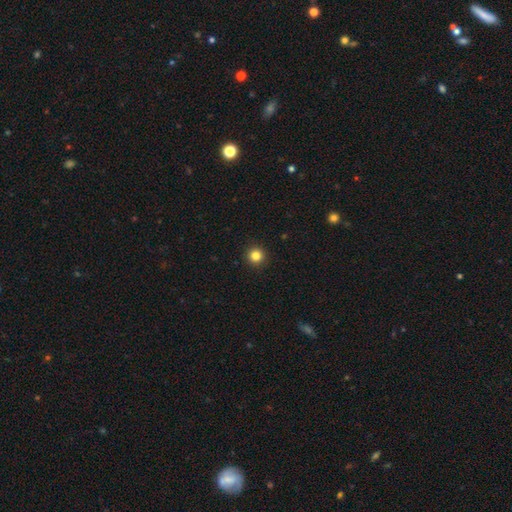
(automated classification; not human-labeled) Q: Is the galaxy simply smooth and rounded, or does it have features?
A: smooth — 83%.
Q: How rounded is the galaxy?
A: round — 96%.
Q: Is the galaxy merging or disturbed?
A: none — 94%.